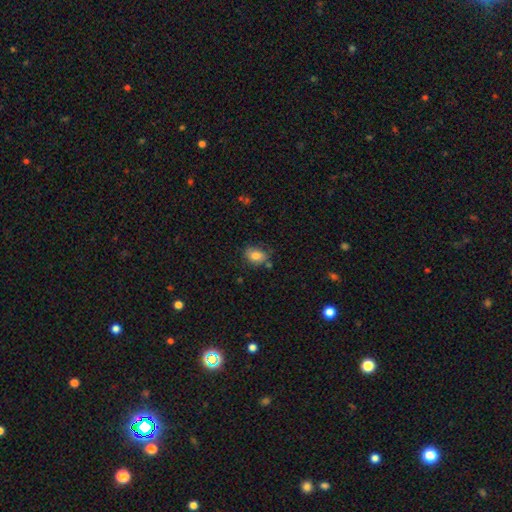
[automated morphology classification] Q: Smooth or featured?
A: smooth (80%); runner-up: featured or disk (11%)
Q: How rounded?
A: in between (66%); runner-up: round (32%)
Q: Merging?
A: none (70%); runner-up: minor disturbance (20%)